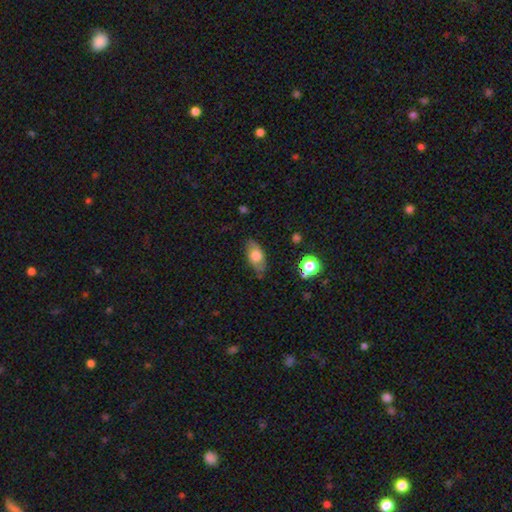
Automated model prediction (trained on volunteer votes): Smooth or featured? smooth (60%)
How rounded? in between (87%)
Merging? none (75%)